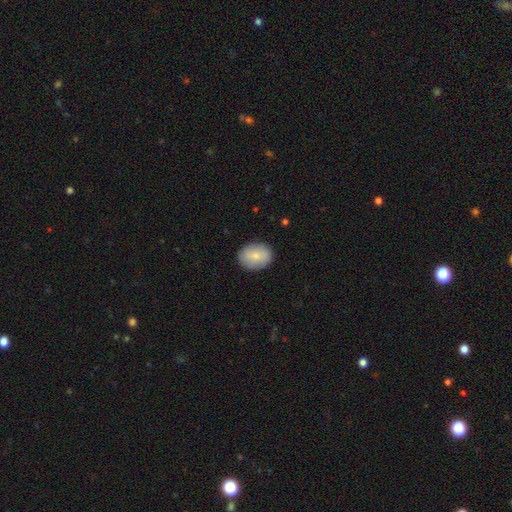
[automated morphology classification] Smooth or featured?
  - smooth: 81% *
  - featured or disk: 12%
  - star or artifact: 7%
How rounded?
  - in between: 64% *
  - round: 35%
  - cigar-shaped: 1%
Merging?
  - none: 86% *
  - minor disturbance: 10%
  - major disturbance: 2%
  - merger: 1%